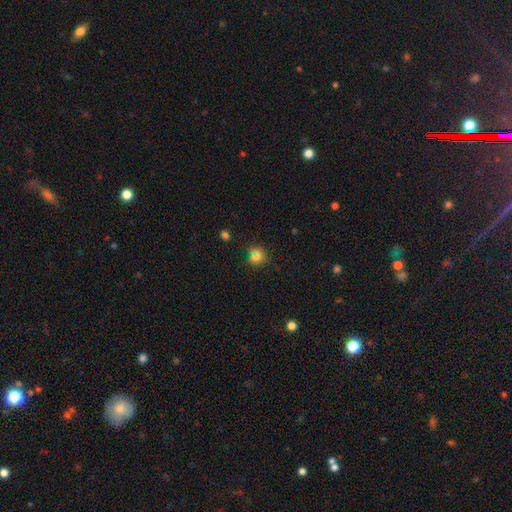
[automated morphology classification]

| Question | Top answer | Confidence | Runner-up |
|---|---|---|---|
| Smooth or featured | smooth | 64% | star or artifact (27%) |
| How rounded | round | 88% | in between (10%) |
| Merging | none | 82% | minor disturbance (10%) |